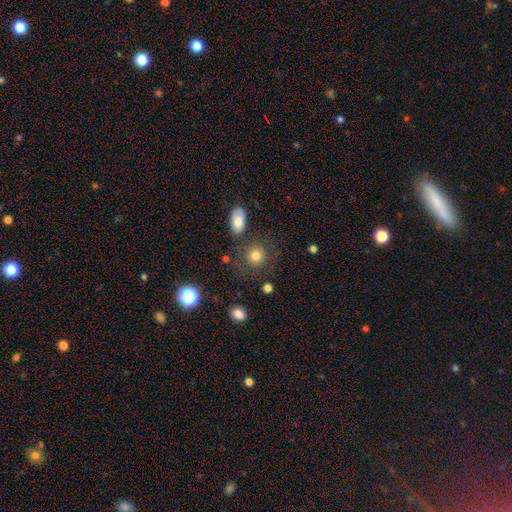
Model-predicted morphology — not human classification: The model was most divided on "merging": none: 73%, minor disturbance: 13%, major disturbance: 7%, merger: 6%. More confident: how rounded — round (84%); smooth or featured — smooth (79%).